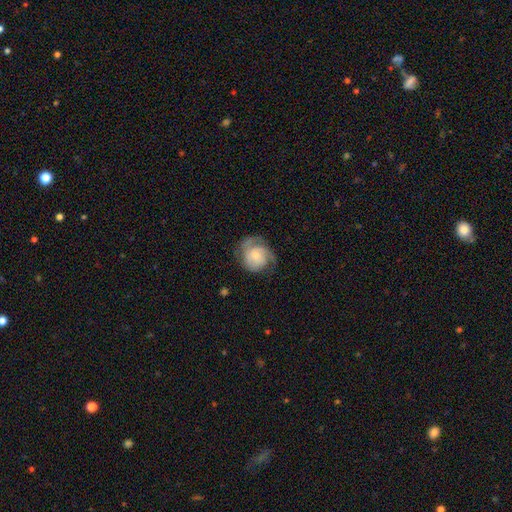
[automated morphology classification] Smooth or featured? Predicted: featured or disk (p=0.69). Edge-on disk? Predicted: no (p=0.98). Bar? Predicted: no (p=0.74). Spiral arms? Predicted: yes (p=0.92). Spiral winding? Predicted: tight (p=0.45). Spiral arm count? Predicted: 2 (p=0.43). Bulge size? Predicted: small (p=0.55). Merging? Predicted: none (p=0.62).